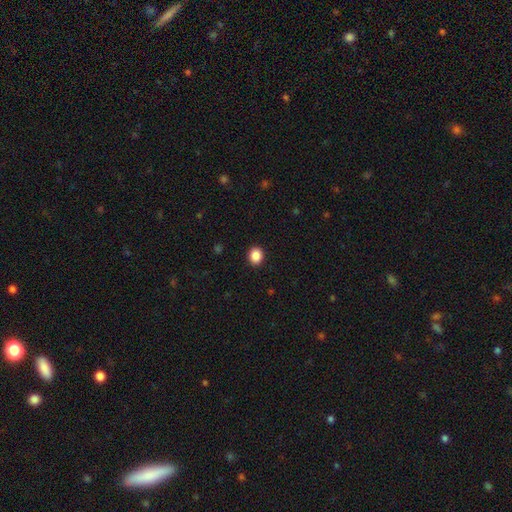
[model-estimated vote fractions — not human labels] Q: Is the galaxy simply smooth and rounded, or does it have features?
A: smooth — 87%.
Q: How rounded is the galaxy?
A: round — 68%.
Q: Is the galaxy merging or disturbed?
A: none — 92%.